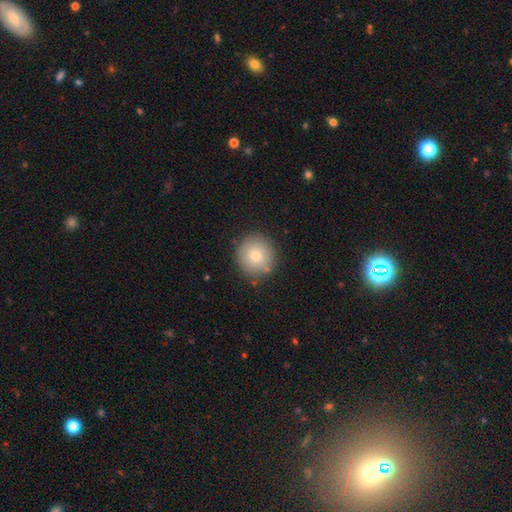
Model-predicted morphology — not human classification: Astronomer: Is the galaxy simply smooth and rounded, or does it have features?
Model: smooth — 78%.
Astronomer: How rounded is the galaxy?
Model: round — 93%.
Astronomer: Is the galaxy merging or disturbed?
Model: none — 86%.